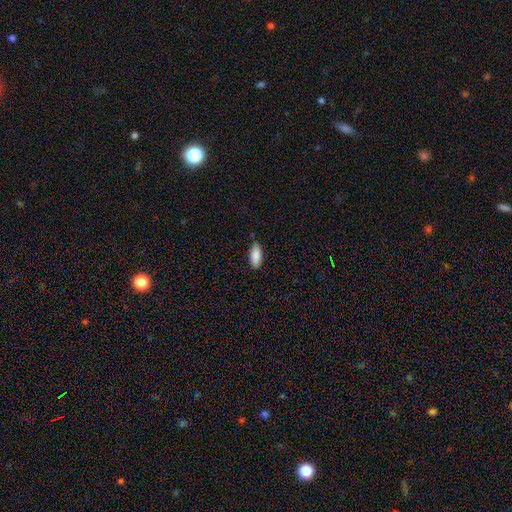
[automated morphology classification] This is clearly a smooth galaxy (86%). How rounded: clearly in between (83%). Merging: clearly none (82%).